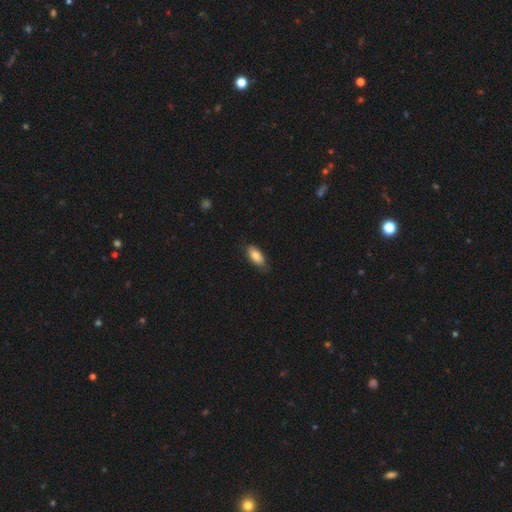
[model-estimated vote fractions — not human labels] Smooth or featured? Predicted: smooth (p=0.82). How rounded? Predicted: in between (p=0.85). Merging? Predicted: none (p=0.78).